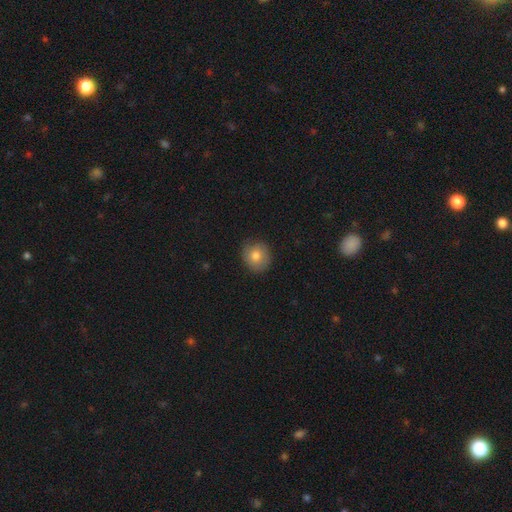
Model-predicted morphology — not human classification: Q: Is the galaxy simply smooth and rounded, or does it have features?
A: smooth — 78%.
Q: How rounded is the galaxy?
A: round — 84%.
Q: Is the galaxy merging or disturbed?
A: none — 84%.